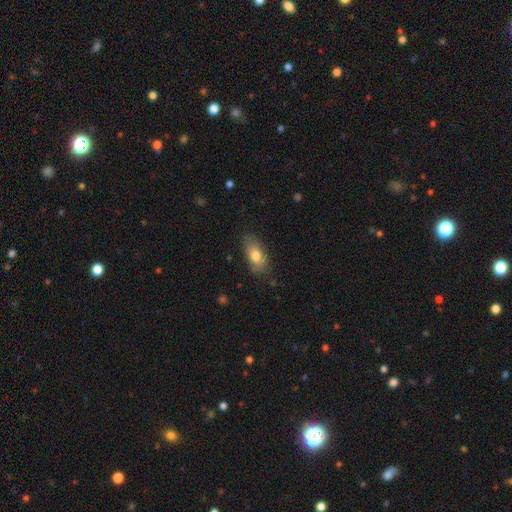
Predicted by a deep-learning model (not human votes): smooth-or-featured: smooth: 77% | featured or disk: 16% | star or artifact: 7%
  how-rounded: in between: 87% | cigar-shaped: 8% | round: 5%
  merging: none: 74% | minor disturbance: 20% | major disturbance: 4% | merger: 1%